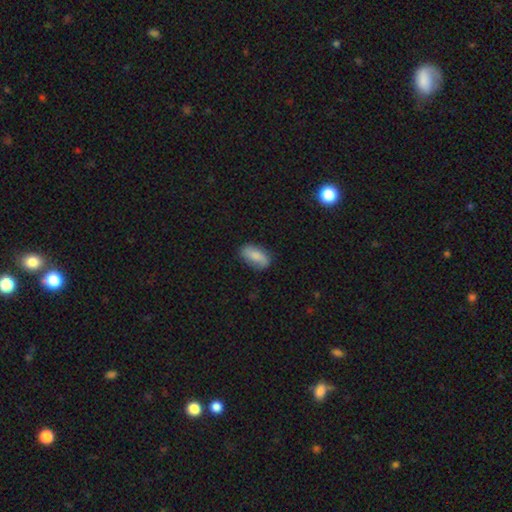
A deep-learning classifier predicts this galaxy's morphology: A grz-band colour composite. It shows a smooth galaxy with no disk features (75%) that is in between round and cigar-shaped (90%). Merging: none (75%).